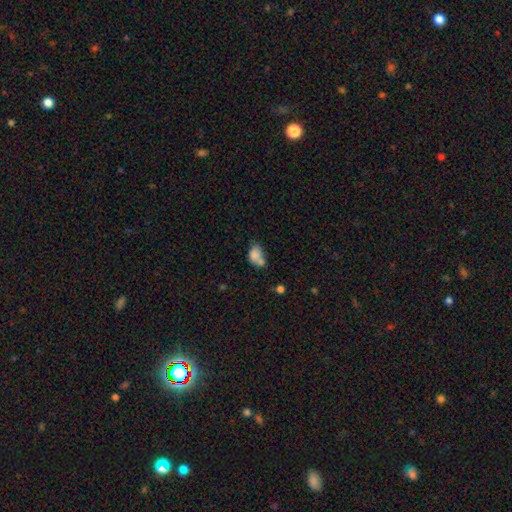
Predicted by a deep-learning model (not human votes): This appears to be a smooth galaxy with no disk features (78%) that is in between round and cigar-shaped (74%). Merging: merger (41%).